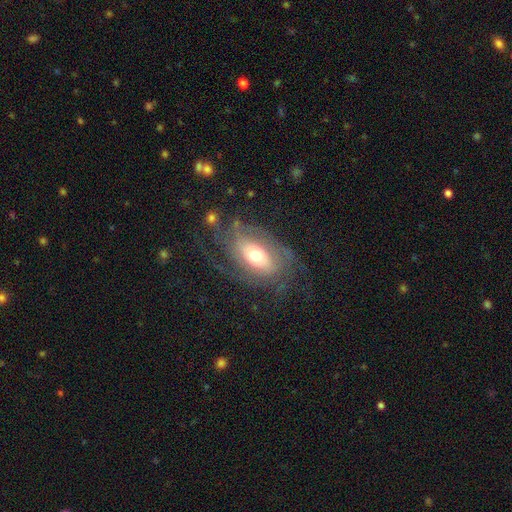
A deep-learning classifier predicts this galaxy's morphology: smooth-or-featured: featured or disk: 68% | smooth: 24% | star or artifact: 7%
  disk-edge-on: no: 92% | yes: 8%
    bar: no: 61% | weak: 26% | strong: 14%
    has-spiral-arms: yes: 77% | no: 23%
    bulge-size: moderate: 65% | large: 22% | small: 9% | dominant: 3% | none: 1%
  merging: none: 54% | major disturbance: 24% | minor disturbance: 20% | merger: 2%